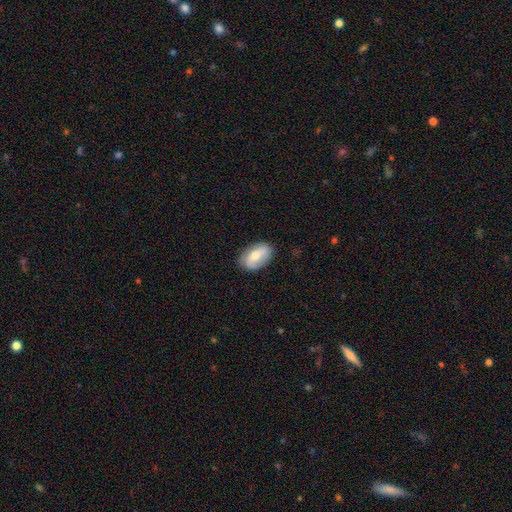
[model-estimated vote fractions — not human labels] Smooth or featured? Predicted: smooth (p=0.56). How rounded? Predicted: in between (p=0.90). Merging? Predicted: none (p=0.82).